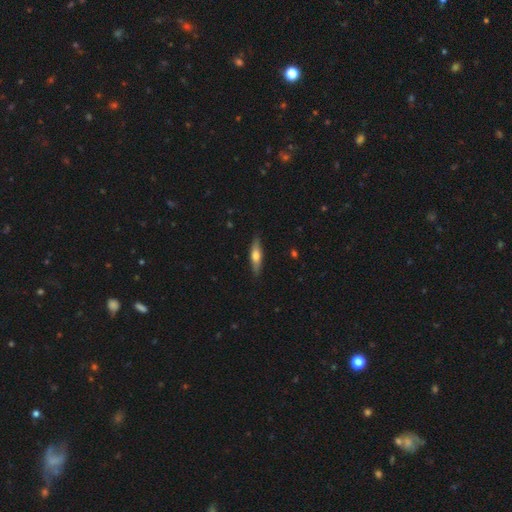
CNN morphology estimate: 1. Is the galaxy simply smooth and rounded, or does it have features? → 56% smooth, 39% featured or disk, 6% star or artifact.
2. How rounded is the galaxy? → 69% cigar-shaped, 29% in between, 2% round.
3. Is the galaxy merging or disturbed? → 87% none, 10% minor disturbance, 2% major disturbance, 1% merger.